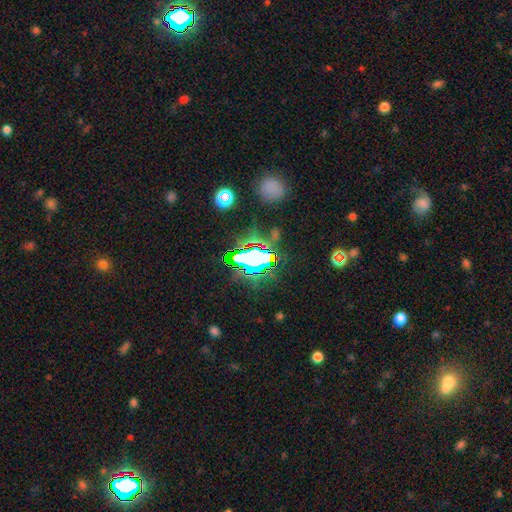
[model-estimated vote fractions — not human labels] Smooth or featured?
  - star or artifact: 66% *
  - smooth: 20%
  - featured or disk: 14%